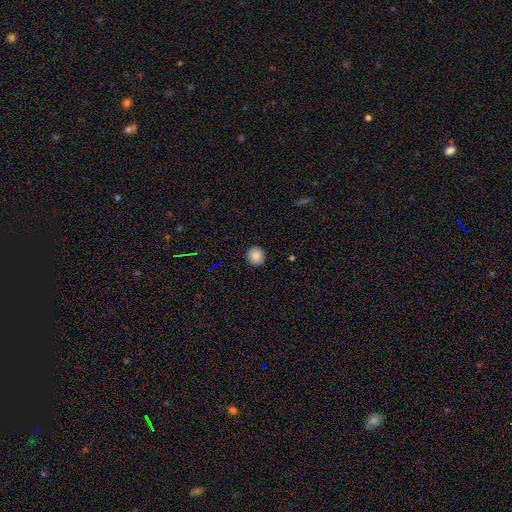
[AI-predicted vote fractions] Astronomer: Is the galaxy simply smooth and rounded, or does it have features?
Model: smooth — 85%.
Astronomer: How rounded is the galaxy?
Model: round — 88%.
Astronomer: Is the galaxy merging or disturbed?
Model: none — 91%.